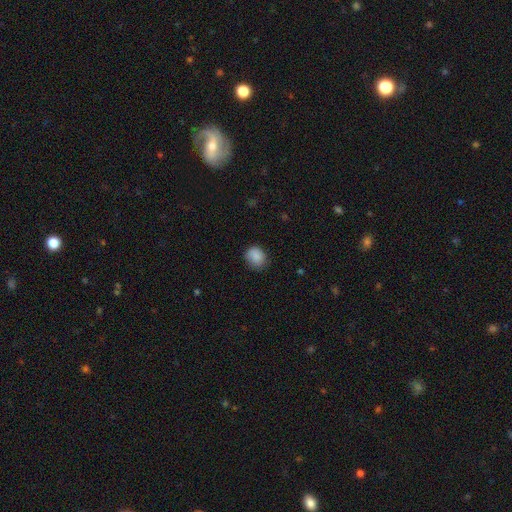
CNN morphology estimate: Smooth or featured?
  - smooth: 87% *
  - star or artifact: 8%
  - featured or disk: 5%
How rounded?
  - round: 68% *
  - in between: 31%
  - cigar-shaped: 1%
Merging?
  - none: 76% *
  - minor disturbance: 19%
  - major disturbance: 4%
  - merger: 1%